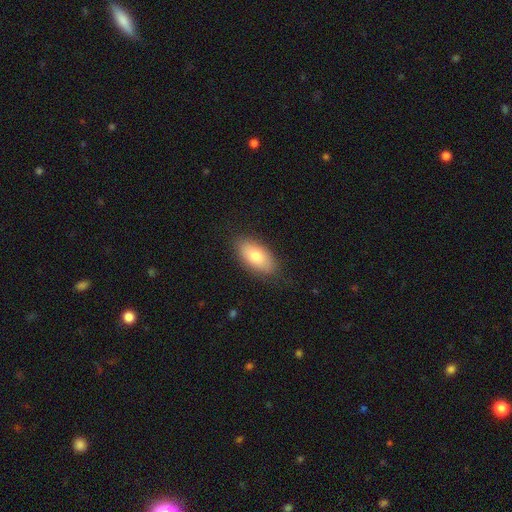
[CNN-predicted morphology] Smooth or featured? smooth (77%)
How rounded? in between (92%)
Merging? none (83%)